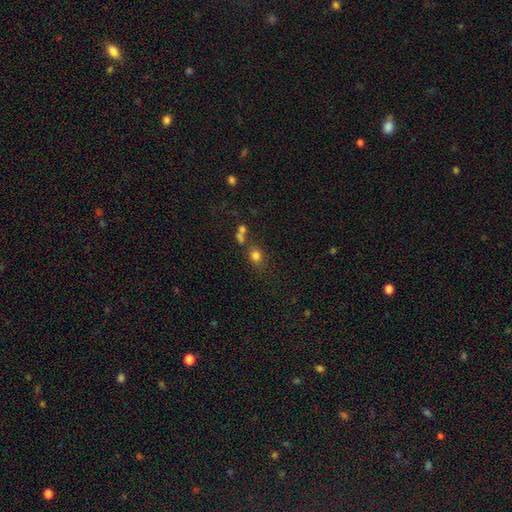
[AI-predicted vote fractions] The model was most divided on "how rounded": round: 62%, in between: 37%, cigar-shaped: 2%. More confident: smooth or featured — smooth (77%); merging — none (62%).